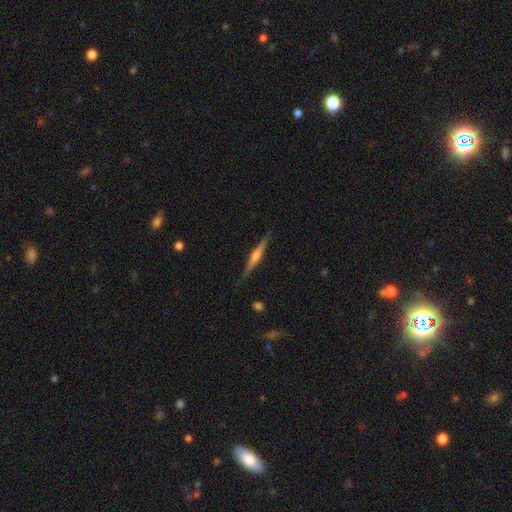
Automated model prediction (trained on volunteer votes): Smooth or featured? Predicted: featured or disk (p=0.74). Edge-on disk? Predicted: yes (p=0.98). Edge-on bulge? Predicted: rounded (p=0.81). Merging? Predicted: none (p=0.88).